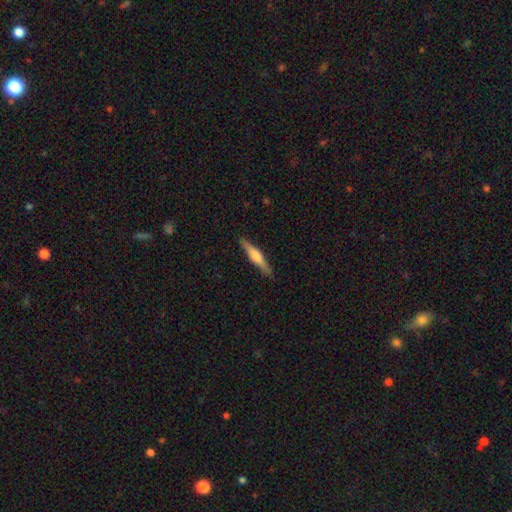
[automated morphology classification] Overall: featured or disk (54%; smooth 40%). Edge-on disk: yes (97%). Edge-on bulge: rounded (76%). Merging: none (90%).